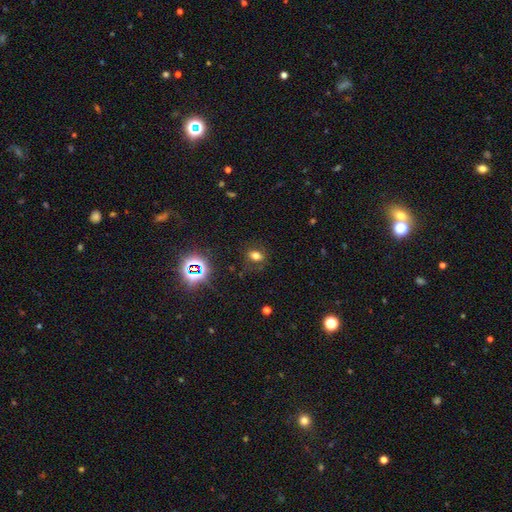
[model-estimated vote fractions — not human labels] This appears to be a smooth galaxy with no disk features (63%) that is in between round and cigar-shaped (70%). Merging: none (77%).